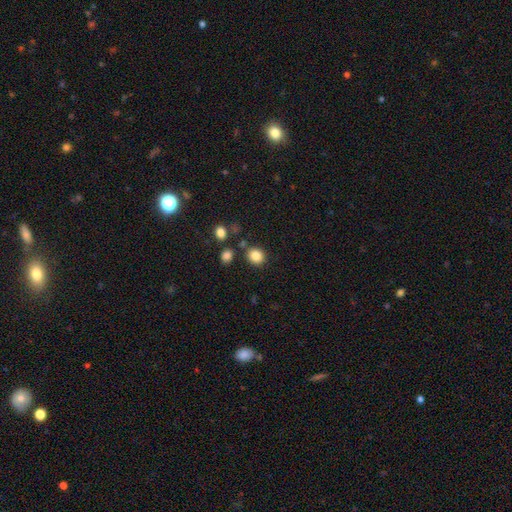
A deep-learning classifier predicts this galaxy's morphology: smooth_or_featured: smooth (p=0.85) [alt: star or artifact p=0.10]
how_rounded: round (p=0.77) [alt: in between p=0.22]
merging: none (p=0.82) [alt: minor disturbance p=0.09]